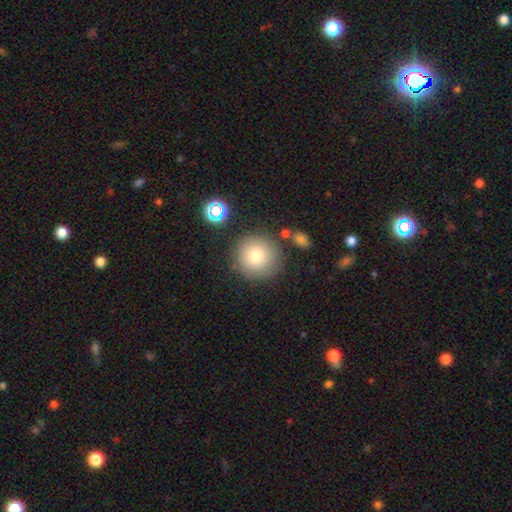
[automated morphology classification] smooth 78%, star or artifact 11%, featured or disk 11%. Down the decision tree: how rounded — round (94%); merging — none (79%).